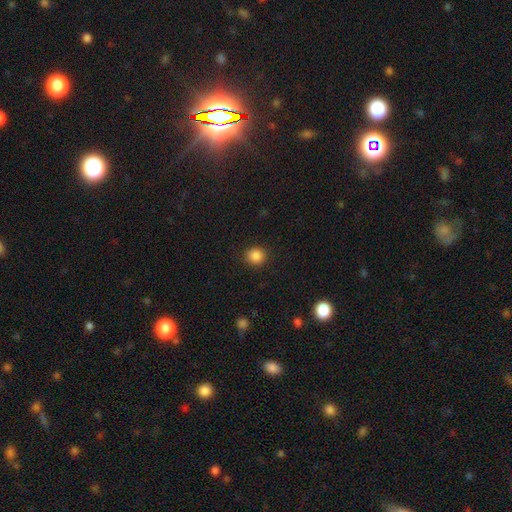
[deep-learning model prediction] This is clearly a smooth galaxy (86%). How rounded: clearly round (87%). Merging: clearly none (90%).